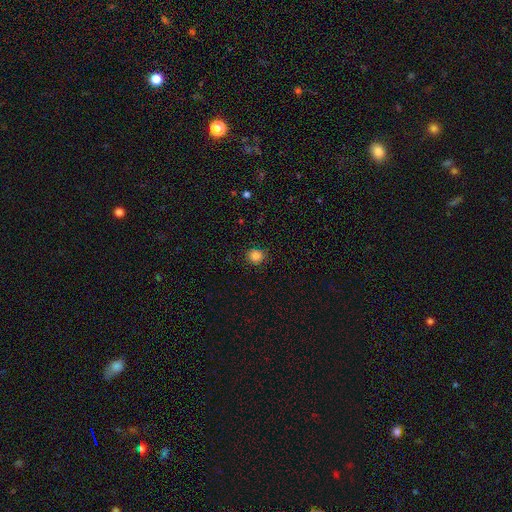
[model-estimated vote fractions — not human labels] This is clearly a smooth galaxy (84%). How rounded: clearly round (89%). Merging: clearly none (87%).